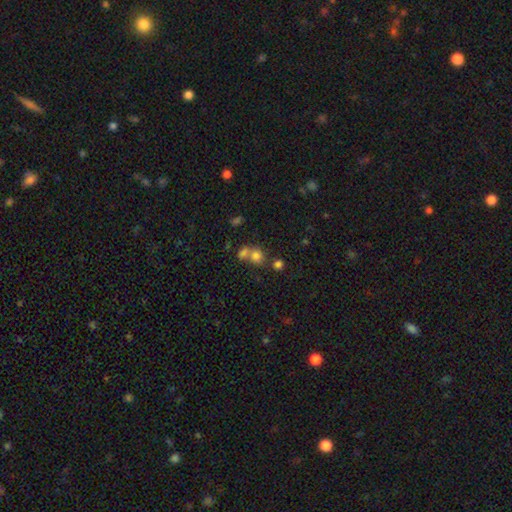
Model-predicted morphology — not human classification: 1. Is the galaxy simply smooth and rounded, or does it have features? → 74% smooth, 16% star or artifact, 10% featured or disk.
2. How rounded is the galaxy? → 75% round, 24% in between, 1% cigar-shaped.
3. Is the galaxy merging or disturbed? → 45% none, 43% merger, 8% minor disturbance, 4% major disturbance.